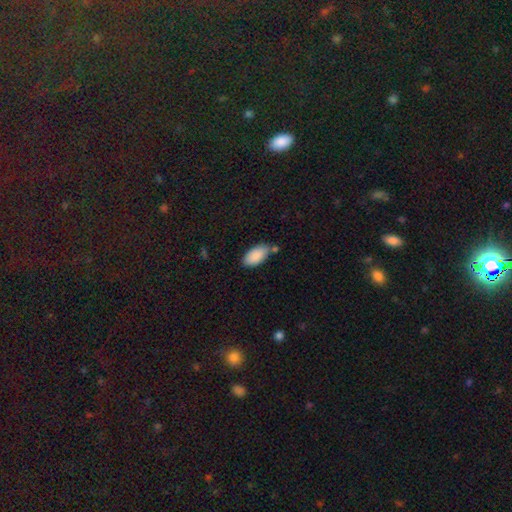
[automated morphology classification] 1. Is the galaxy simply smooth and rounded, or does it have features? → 88% smooth, 7% star or artifact, 5% featured or disk.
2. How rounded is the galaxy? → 94% in between, 4% cigar-shaped, 2% round.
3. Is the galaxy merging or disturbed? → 59% none, 23% minor disturbance, 14% merger, 5% major disturbance.